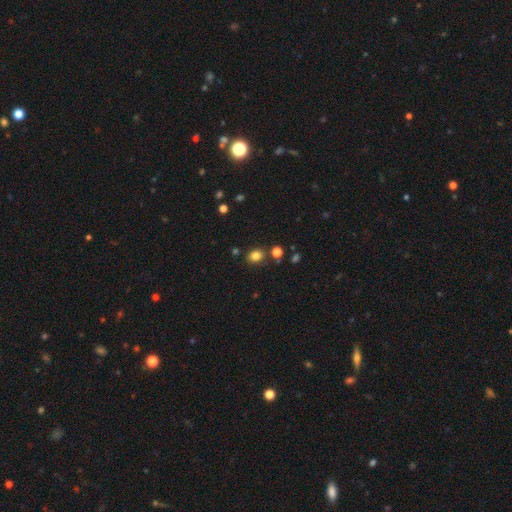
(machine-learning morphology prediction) Q: Smooth or featured?
A: smooth (81%); runner-up: star or artifact (13%)
Q: How rounded?
A: round (56%); runner-up: in between (43%)
Q: Merging?
A: none (80%); runner-up: minor disturbance (10%)